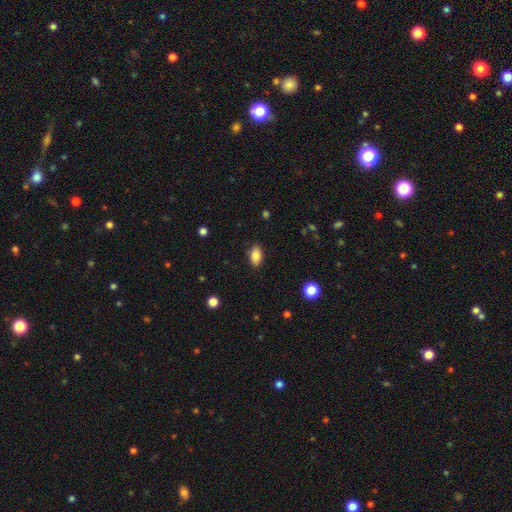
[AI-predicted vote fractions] smooth-or-featured: smooth: 85% | star or artifact: 8% | featured or disk: 7%
  how-rounded: in between: 90% | round: 6% | cigar-shaped: 4%
  merging: none: 87% | minor disturbance: 10% | major disturbance: 2% | merger: 1%